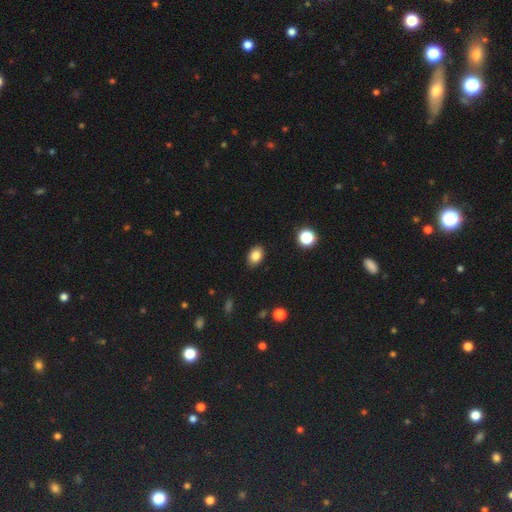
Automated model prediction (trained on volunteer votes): This is clearly a smooth galaxy (84%). How rounded: likely in between (78%). Merging: clearly none (87%).